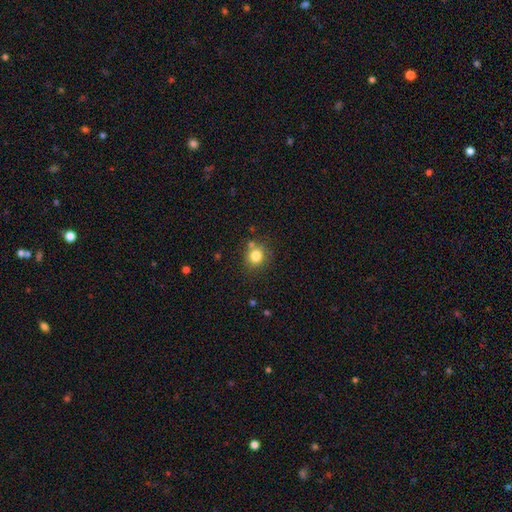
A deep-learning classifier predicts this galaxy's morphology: Smooth or featured: smooth — 81% (star or artifact — 12%)
How rounded: round — 82% (in between — 18%)
Merging: none — 72% (minor disturbance — 13%)